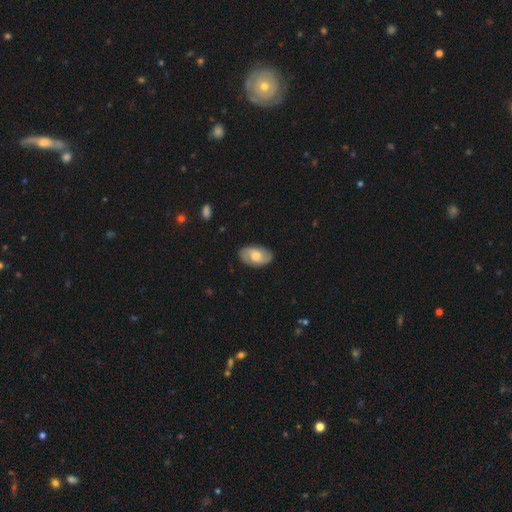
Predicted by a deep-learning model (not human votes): This is likely a featured or disk galaxy (62%). It is clearly not viewed edge-on (95%). Bar: possibly no (55%). Spiral arm pattern: clearly yes (88%). Spiral arm count: clearly 2 (82%). Spiral winding: possibly medium (45%). Central bulge: likely moderate (64%). Merging: clearly none (84%).